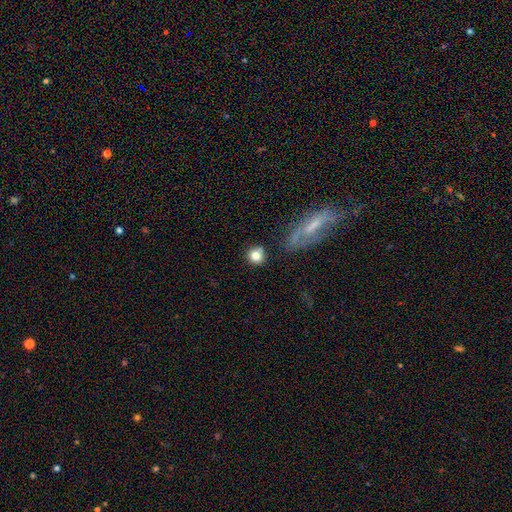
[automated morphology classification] The model was most divided on "merging": none: 73%, minor disturbance: 12%, merger: 10%, major disturbance: 5%. More confident: how rounded — round (88%); smooth or featured — smooth (78%).